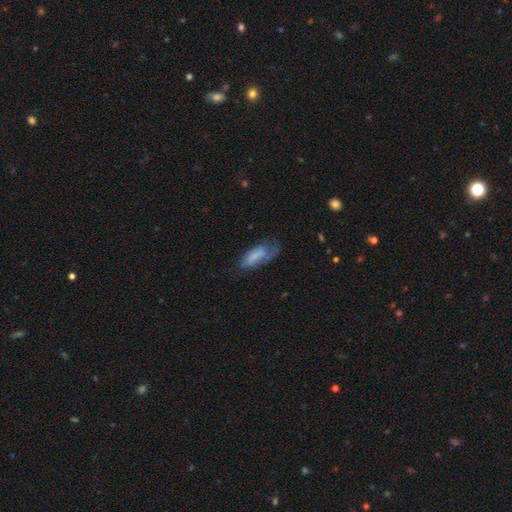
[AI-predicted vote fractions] smooth-or-featured: smooth: 65% | featured or disk: 27% | star or artifact: 8%
  how-rounded: in between: 79% | cigar-shaped: 19% | round: 2%
  merging: none: 40% | minor disturbance: 32% | major disturbance: 25% | merger: 3%